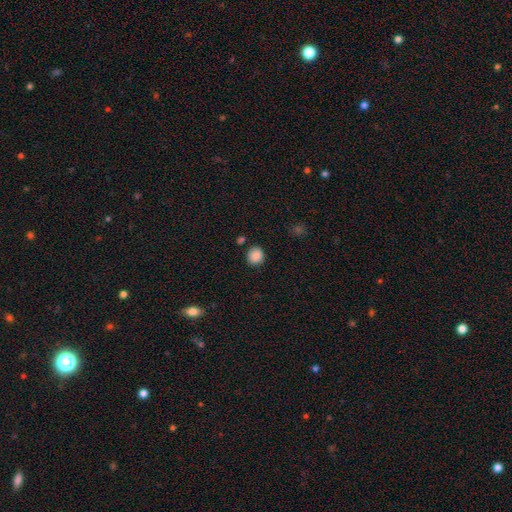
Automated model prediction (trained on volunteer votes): smooth-or-featured: smooth: 87% | star or artifact: 10% | featured or disk: 3%
  how-rounded: round: 83% | in between: 17% | cigar-shaped: 1%
  merging: none: 85% | minor disturbance: 9% | merger: 4% | major disturbance: 3%